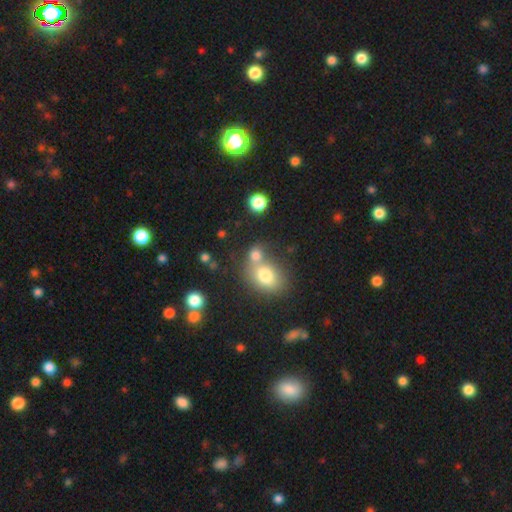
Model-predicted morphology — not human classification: smooth-or-featured: smooth: 75% | star or artifact: 13% | featured or disk: 12%
  how-rounded: round: 52% | in between: 47% | cigar-shaped: 1%
  merging: merger: 45% | none: 41% | minor disturbance: 10% | major disturbance: 5%